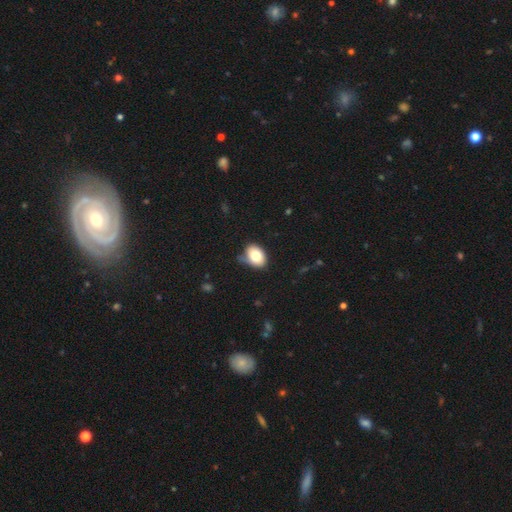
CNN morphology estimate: This is likely a smooth galaxy (78%). How rounded: likely in between (76%). Merging: likely none (64%).